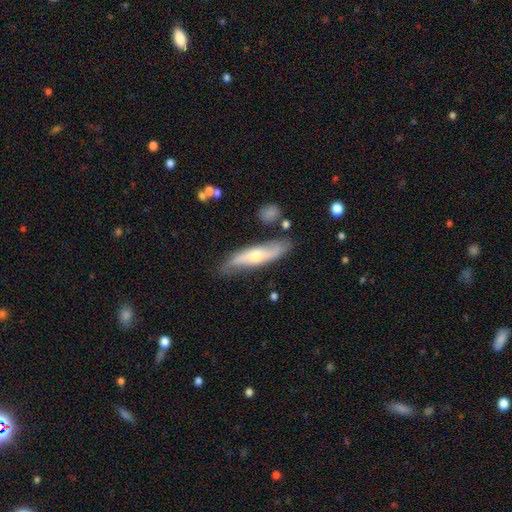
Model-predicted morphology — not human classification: Q: Smooth or featured?
A: featured or disk (54%); runner-up: smooth (40%)
Q: Edge-on disk?
A: no (52%); runner-up: yes (48%)
Q: Merging?
A: none (72%); runner-up: minor disturbance (19%)